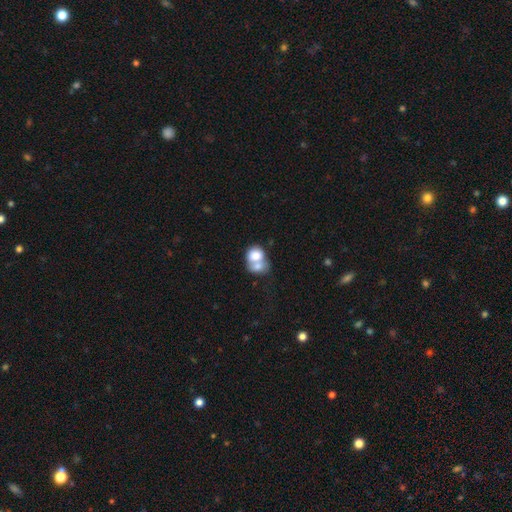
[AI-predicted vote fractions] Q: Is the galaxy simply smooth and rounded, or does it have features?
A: smooth — 74%.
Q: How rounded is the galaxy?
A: in between — 50%.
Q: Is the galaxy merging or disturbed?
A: merger — 72%.